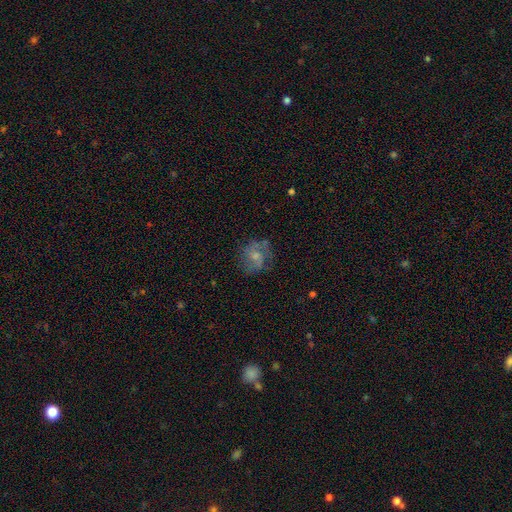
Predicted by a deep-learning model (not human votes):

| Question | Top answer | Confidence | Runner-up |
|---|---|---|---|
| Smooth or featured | featured or disk | 53% | smooth (37%) |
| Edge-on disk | no | 97% | yes (3%) |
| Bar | no | 68% | weak (28%) |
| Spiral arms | yes | 76% | no (24%) |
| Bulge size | small | 50% | moderate (34%) |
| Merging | none | 65% | minor disturbance (20%) |